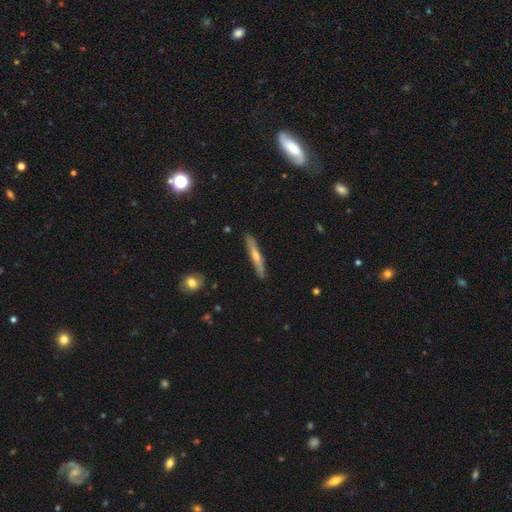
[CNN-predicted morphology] featured or disk 54%, smooth 40%, star or artifact 7%. Down the decision tree: edge-on disk — yes (93%); merging — none (88%).